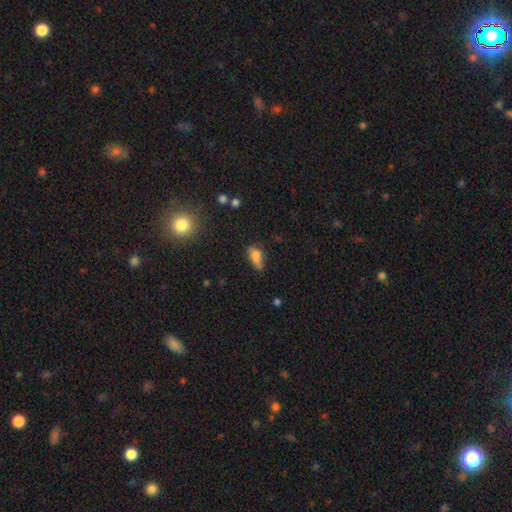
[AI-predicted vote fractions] Smooth or featured: smooth — 74% (featured or disk — 14%)
How rounded: in between — 78% (cigar-shaped — 14%)
Merging: minor disturbance — 38% (none — 35%)